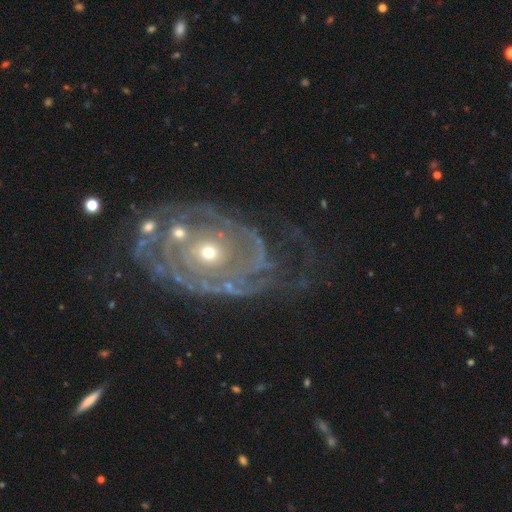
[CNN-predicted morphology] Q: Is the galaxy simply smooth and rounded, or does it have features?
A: featured or disk — 88%.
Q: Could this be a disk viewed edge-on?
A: no — 96%.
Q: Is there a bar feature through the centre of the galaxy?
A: no — 79%.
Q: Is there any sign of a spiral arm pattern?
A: yes — 92%.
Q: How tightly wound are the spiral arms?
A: tight — 72%.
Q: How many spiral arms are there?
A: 2 — 31%.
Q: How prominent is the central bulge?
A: small — 56%.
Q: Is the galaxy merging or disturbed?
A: none — 63%.